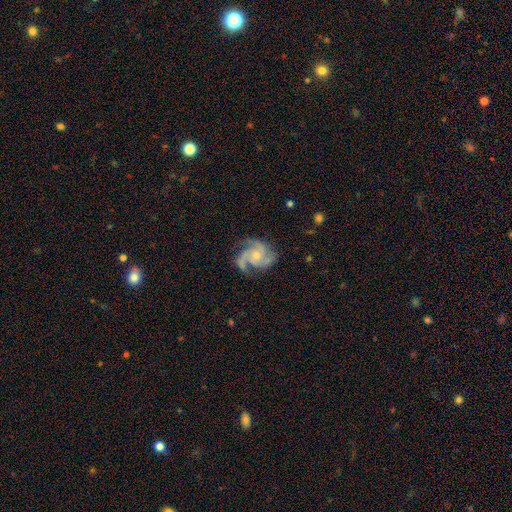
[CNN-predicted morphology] Smooth or featured? featured or disk (90%)
Edge-on disk? no (98%)
Bar? no (76%)
Spiral arms? yes (98%)
Spiral winding? medium (52%)
Spiral arm count? 3 (71%)
Bulge size? small (58%)
Merging? none (70%)